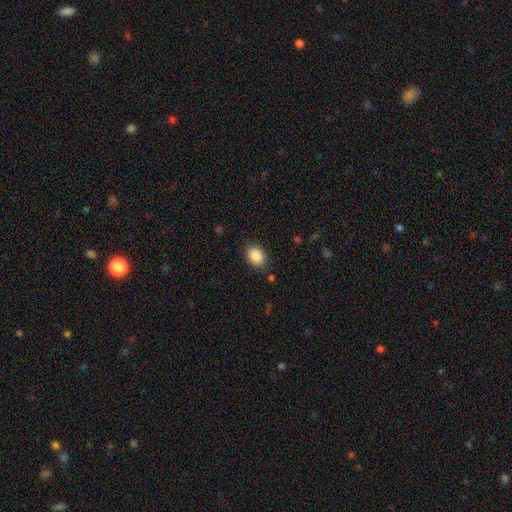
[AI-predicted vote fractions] This appears to be a smooth galaxy with no disk features (88%) that is in between round and cigar-shaped (72%). Merging: none (85%).